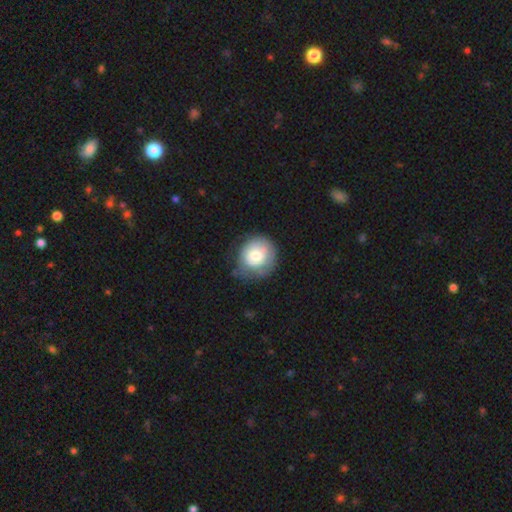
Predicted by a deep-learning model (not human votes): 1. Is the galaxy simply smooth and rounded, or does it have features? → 61% smooth, 32% featured or disk, 7% star or artifact.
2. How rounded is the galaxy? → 83% round, 16% in between, 1% cigar-shaped.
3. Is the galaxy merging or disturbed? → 59% none, 27% minor disturbance, 13% major disturbance, 2% merger.